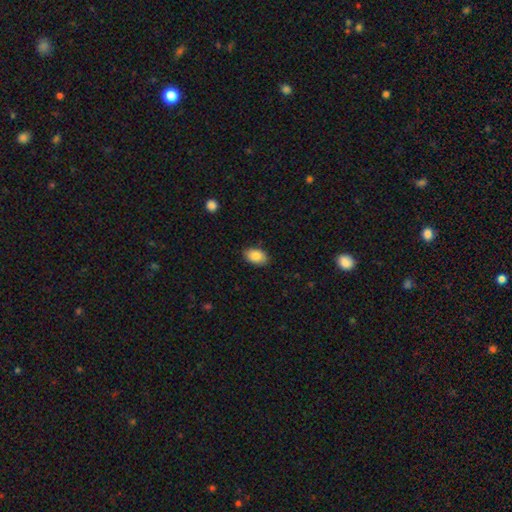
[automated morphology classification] Smooth or featured? smooth (87%)
How rounded? in between (90%)
Merging? none (85%)